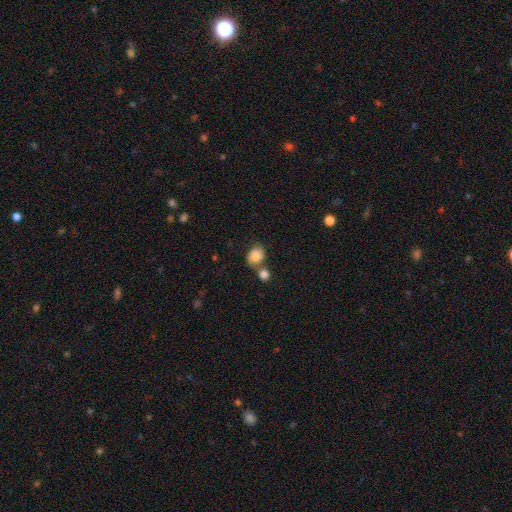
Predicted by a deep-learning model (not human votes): Morphology: type=smooth (84%); roundness=round (56%); merging=none (45%).